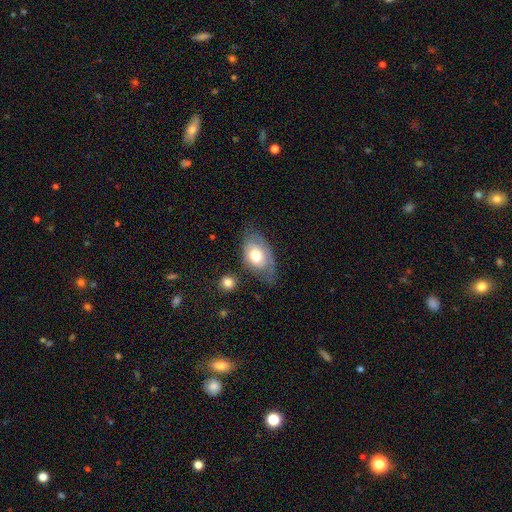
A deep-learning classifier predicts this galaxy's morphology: Smooth or featured? smooth (54%)
How rounded? in between (88%)
Merging? none (43%)